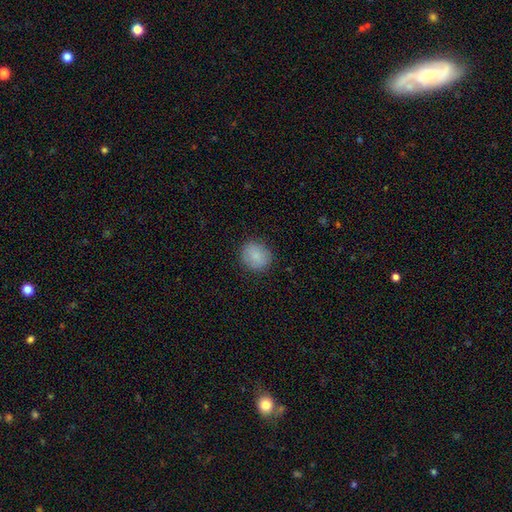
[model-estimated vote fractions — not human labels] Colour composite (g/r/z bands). It shows a smooth galaxy with no disk features (86%) that is round (82%). Merging: none (86%).